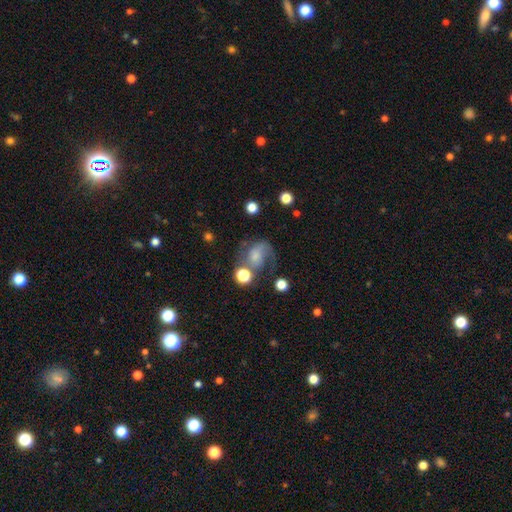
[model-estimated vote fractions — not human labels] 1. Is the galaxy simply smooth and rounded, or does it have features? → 52% featured or disk, 36% smooth, 12% star or artifact.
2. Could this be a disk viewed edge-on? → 98% no, 2% yes.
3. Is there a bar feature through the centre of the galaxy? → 67% no, 27% weak, 6% strong.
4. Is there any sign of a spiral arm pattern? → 84% yes, 16% no.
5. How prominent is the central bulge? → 33% small, 27% moderate, 24% none, 12% large, 3% dominant.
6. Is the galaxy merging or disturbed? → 39% none, 27% major disturbance, 23% minor disturbance, 11% merger.